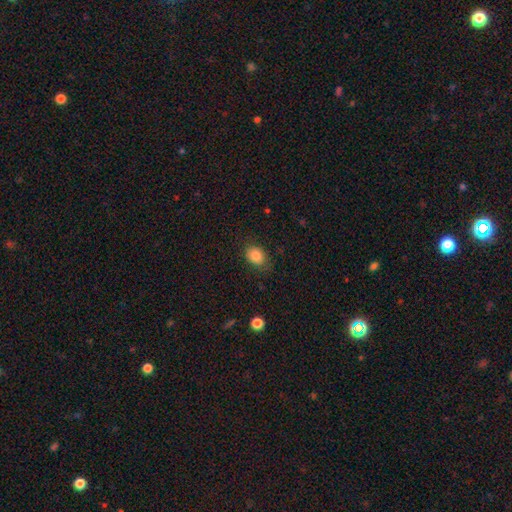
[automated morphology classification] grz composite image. It shows a smooth galaxy with no disk features (84%) that is in between round and cigar-shaped (66%). Merging: none (78%).